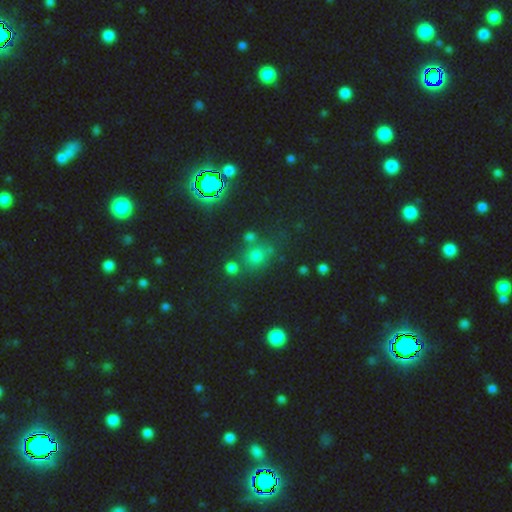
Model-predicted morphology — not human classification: Smooth or featured?
  - smooth: 63% *
  - star or artifact: 28%
  - featured or disk: 8%
How rounded?
  - round: 80% *
  - in between: 18%
  - cigar-shaped: 2%
Merging?
  - none: 67% *
  - merger: 15%
  - minor disturbance: 12%
  - major disturbance: 6%